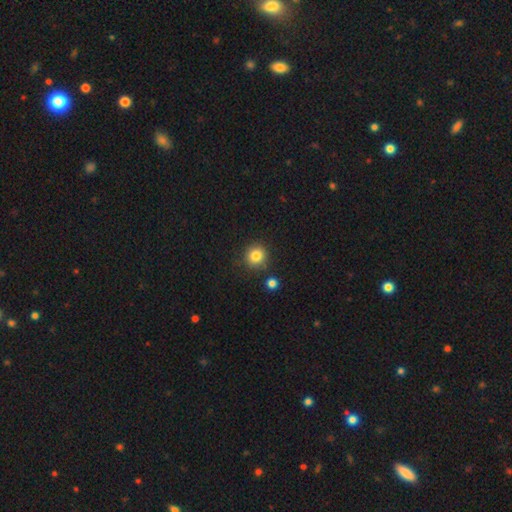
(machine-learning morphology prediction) A smooth galaxy with no disk features (83%) that is round (92%).

Vote fractions:
- Smooth or featured? smooth: 83% / star or artifact: 11% / featured or disk: 6%
- How rounded? round: 92% / in between: 7% / cigar-shaped: 1%
- Merging? none: 85% / minor disturbance: 8% / merger: 5% / major disturbance: 2%